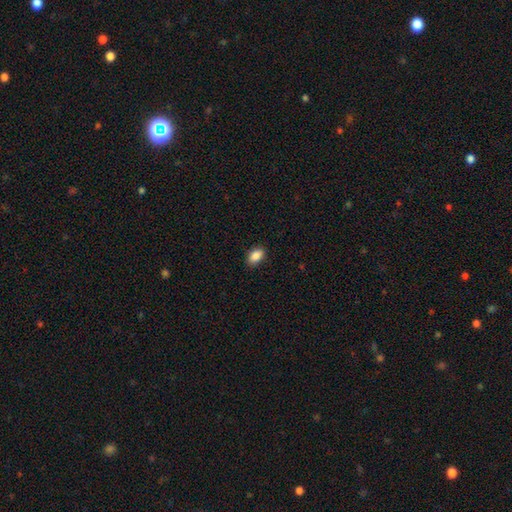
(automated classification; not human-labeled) smooth 88%, star or artifact 8%, featured or disk 4%. Down the decision tree: how rounded — in between (88%); merging — none (88%).